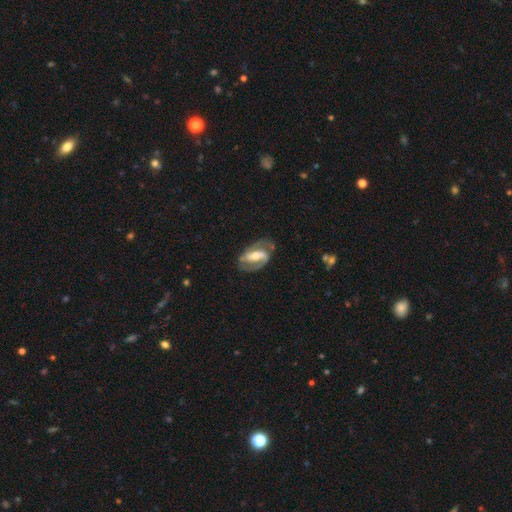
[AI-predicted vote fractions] smooth-or-featured: featured or disk: 87% | smooth: 9% | star or artifact: 4%
  disk-edge-on: no: 96% | yes: 4%
    bar: strong: 54% | weak: 31% | no: 15%
    has-spiral-arms: yes: 94% | no: 6%
      spiral-winding: medium: 51% | tight: 34% | loose: 15%
      spiral-arm-count: 2: 89% | 1: 4% | can't tell: 4% | 3: 1% | 4: 1% | more than 4: 1%
    bulge-size: moderate: 61% | small: 27% | large: 8% | none: 2% | dominant: 1%
  merging: none: 75% | minor disturbance: 16% | major disturbance: 7% | merger: 2%